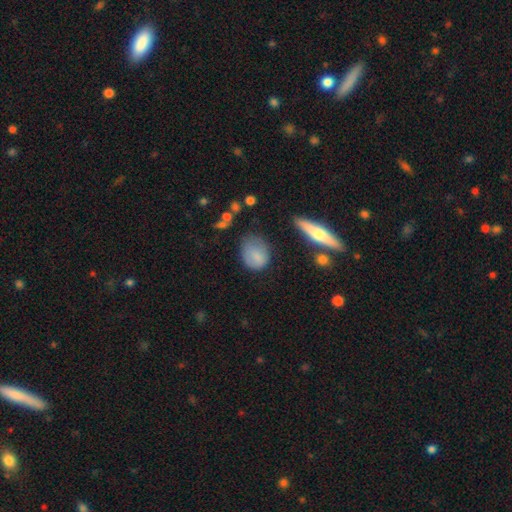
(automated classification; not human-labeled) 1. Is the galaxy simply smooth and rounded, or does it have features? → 79% smooth, 13% featured or disk, 8% star or artifact.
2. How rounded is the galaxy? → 50% in between, 48% round, 2% cigar-shaped.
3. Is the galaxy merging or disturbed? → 51% none, 32% minor disturbance, 13% major disturbance, 3% merger.